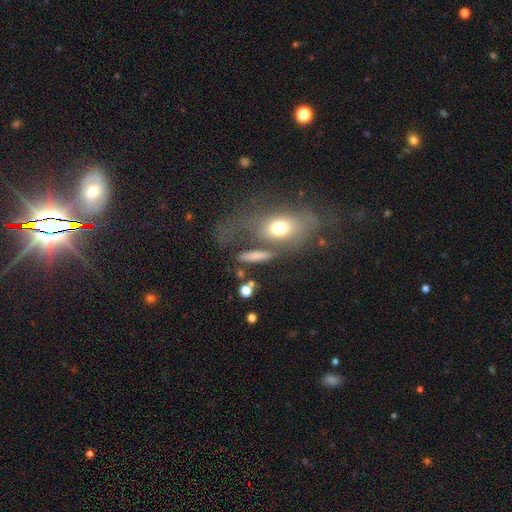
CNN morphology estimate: Smooth or featured?
  - smooth: 67% *
  - featured or disk: 21%
  - star or artifact: 11%
How rounded?
  - in between: 43% *
  - cigar-shaped: 42%
  - round: 15%
Merging?
  - none: 52% *
  - merger: 20%
  - minor disturbance: 15%
  - major disturbance: 14%